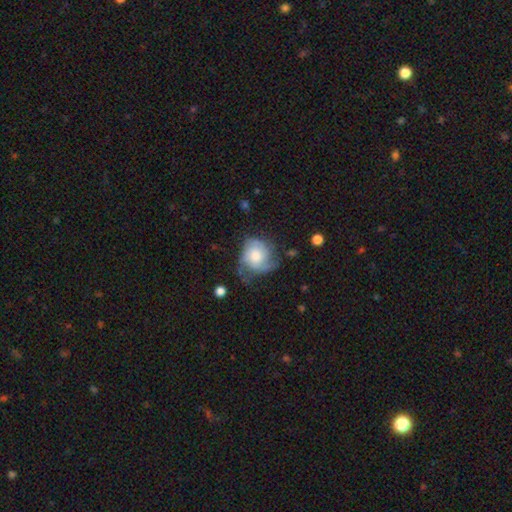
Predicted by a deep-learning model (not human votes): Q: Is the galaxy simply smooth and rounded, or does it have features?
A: featured or disk — 58%.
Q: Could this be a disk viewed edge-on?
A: no — 97%.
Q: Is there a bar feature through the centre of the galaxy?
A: no — 77%.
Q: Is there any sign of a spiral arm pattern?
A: yes — 86%.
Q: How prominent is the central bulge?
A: moderate — 51%.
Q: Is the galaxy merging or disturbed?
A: none — 45%.